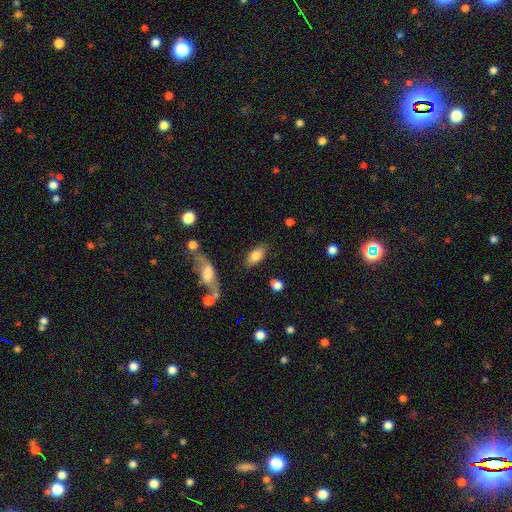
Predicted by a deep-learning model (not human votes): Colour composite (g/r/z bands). It shows a smooth galaxy with no disk features (81%) that is in between round and cigar-shaped (90%). Merging: none (80%).